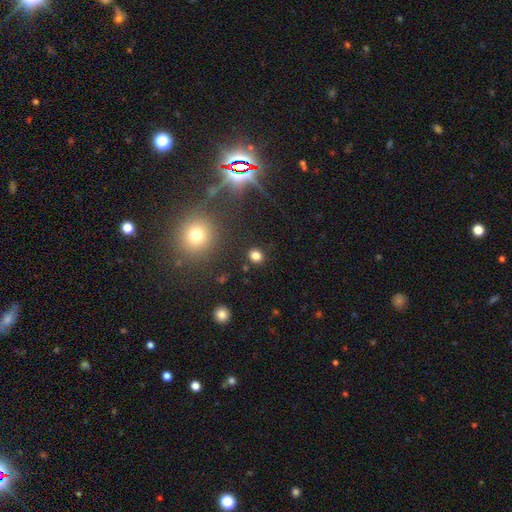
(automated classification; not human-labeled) This appears to be a smooth galaxy with no disk features (81%) that is round (71%). Merging: none (88%).